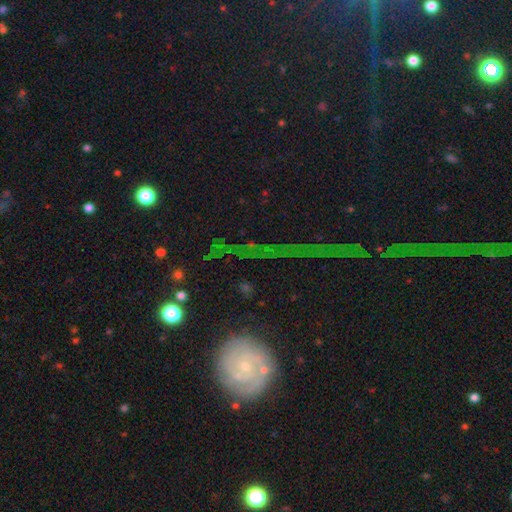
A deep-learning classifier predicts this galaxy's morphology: The model was most divided on "smooth or featured": star or artifact: 40%, featured or disk: 38%, smooth: 21%.